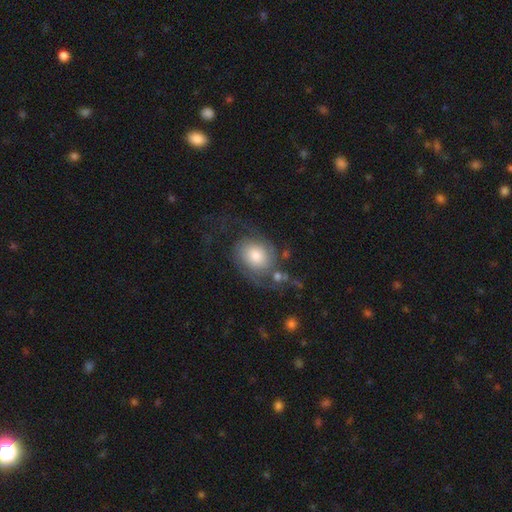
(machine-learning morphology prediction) This is likely a featured or disk galaxy (69%). It is clearly not viewed edge-on (97%). Bar: likely no (78%). Spiral arm pattern: clearly yes (90%). Spiral arm count: likely 2 (78%). Spiral winding: marginally loose (39%, tied with medium). Central bulge: possibly moderate (45%). Merging: possibly none (50%).